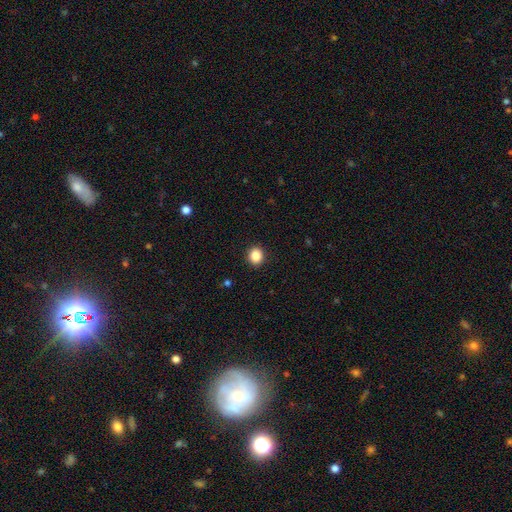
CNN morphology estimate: smooth-or-featured: smooth: 87% | star or artifact: 10% | featured or disk: 3%
  how-rounded: round: 75% | in between: 24% | cigar-shaped: 1%
  merging: none: 92% | minor disturbance: 6% | major disturbance: 2% | merger: 1%